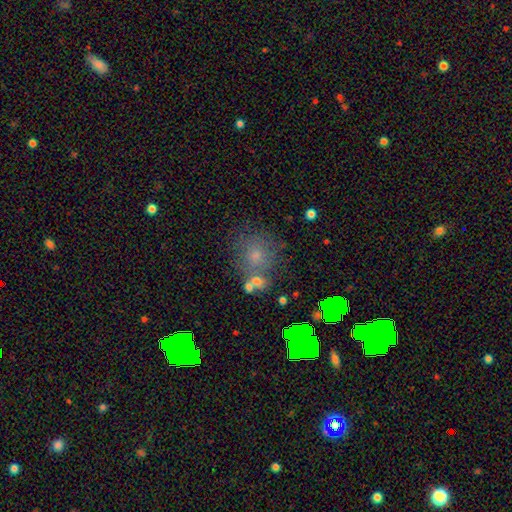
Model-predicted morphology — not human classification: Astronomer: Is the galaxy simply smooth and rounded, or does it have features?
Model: smooth — 51% (runner-up: star or artifact, 29%).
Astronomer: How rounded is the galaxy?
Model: round — 86%.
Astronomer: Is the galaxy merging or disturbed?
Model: none — 67%.